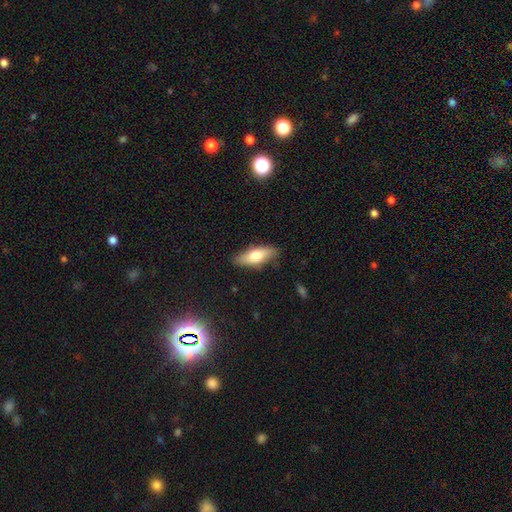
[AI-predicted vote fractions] Smooth or featured?
  - smooth: 68% *
  - featured or disk: 26%
  - star or artifact: 6%
How rounded?
  - in between: 64% *
  - cigar-shaped: 34%
  - round: 3%
Merging?
  - none: 83% *
  - minor disturbance: 13%
  - major disturbance: 3%
  - merger: 1%